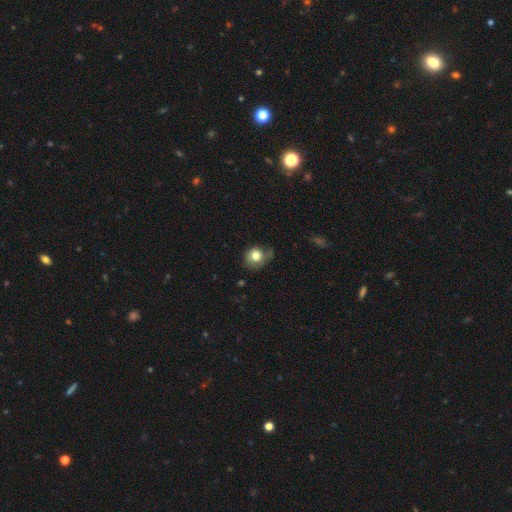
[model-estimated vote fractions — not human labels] A smooth galaxy with no disk features (77%) that is round (75%). Merging: none (56%).